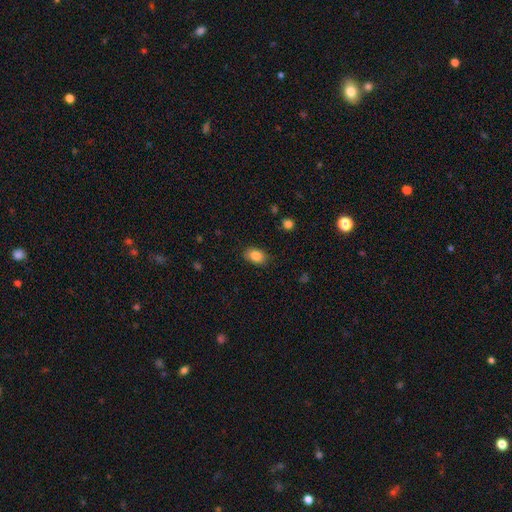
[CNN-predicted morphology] The model was most divided on "how rounded": in between: 82%, round: 16%, cigar-shaped: 1%. More confident: smooth or featured — smooth (86%); merging — none (85%).